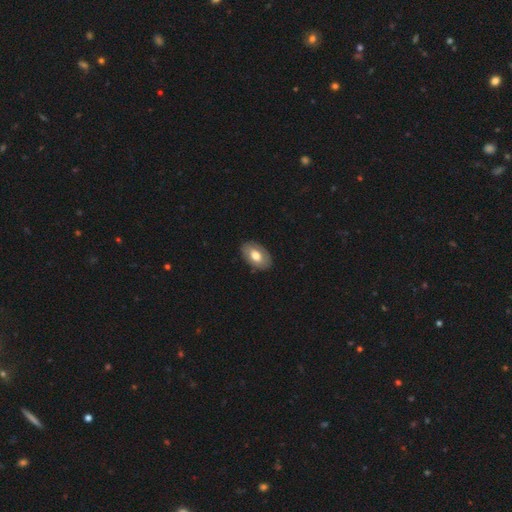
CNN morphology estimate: type=smooth (65%); roundness=in between (92%); merging=none (86%).